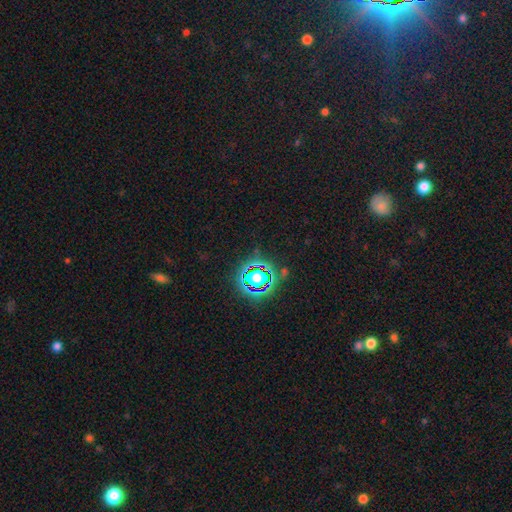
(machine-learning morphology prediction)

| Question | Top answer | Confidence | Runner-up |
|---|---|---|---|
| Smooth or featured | star or artifact | 80% | smooth (12%) |